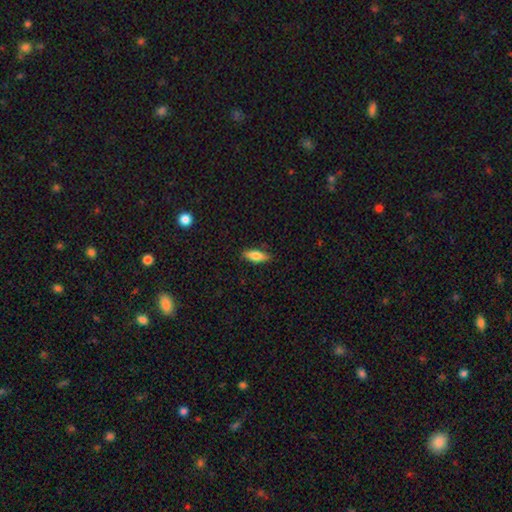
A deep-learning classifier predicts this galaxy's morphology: A smooth galaxy with no disk features (72%) that is in between round and cigar-shaped (65%).

Vote fractions:
- Smooth or featured? smooth: 72% / featured or disk: 21% / star or artifact: 7%
- How rounded? in between: 65% / cigar-shaped: 32% / round: 3%
- Merging? none: 86% / minor disturbance: 10% / major disturbance: 2% / merger: 1%